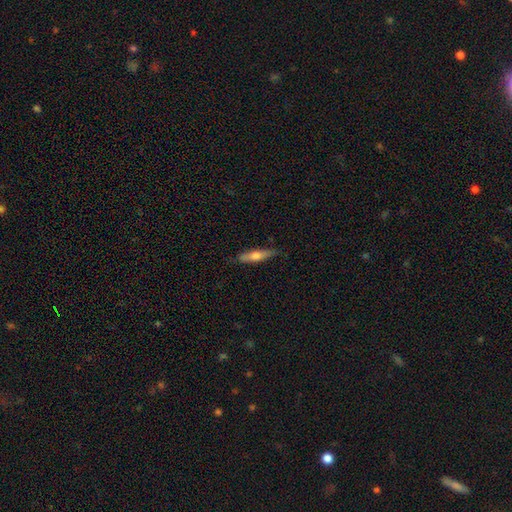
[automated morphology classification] This is possibly a smooth galaxy (53%). How rounded: likely cigar-shaped (78%). Merging: clearly none (82%).